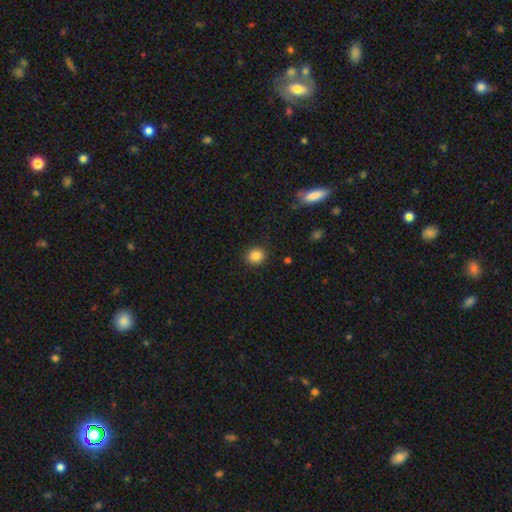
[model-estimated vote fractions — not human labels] Smooth or featured?
  - smooth: 85% *
  - star or artifact: 10%
  - featured or disk: 4%
How rounded?
  - round: 86% *
  - in between: 14%
  - cigar-shaped: 1%
Merging?
  - none: 90% *
  - minor disturbance: 6%
  - major disturbance: 2%
  - merger: 1%